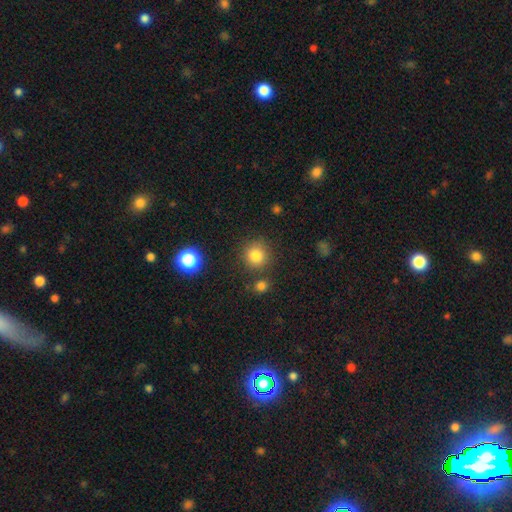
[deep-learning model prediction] The model was most divided on "smooth or featured": smooth: 82%, star or artifact: 12%, featured or disk: 6%. More confident: how rounded — round (92%); merging — none (82%).